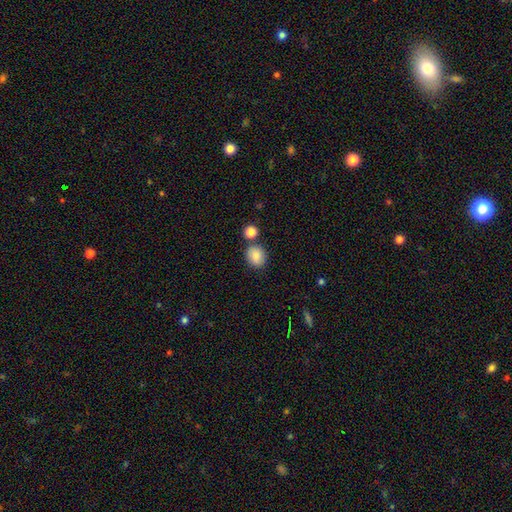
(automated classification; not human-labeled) Q: Smooth or featured?
A: smooth (85%); runner-up: star or artifact (9%)
Q: How rounded?
A: round (64%); runner-up: in between (35%)
Q: Merging?
A: none (76%); runner-up: minor disturbance (11%)